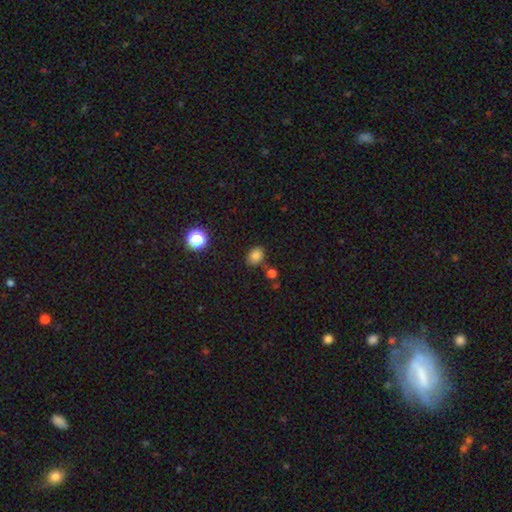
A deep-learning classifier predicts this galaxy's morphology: Smooth or featured: smooth — 81% (star or artifact — 14%)
How rounded: in between — 59% (round — 40%)
Merging: none — 75% (minor disturbance — 14%)